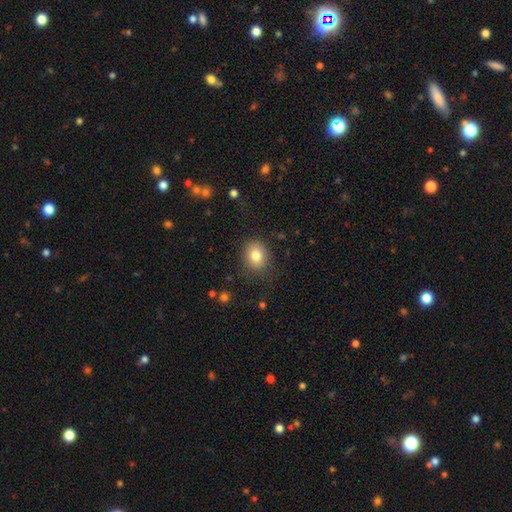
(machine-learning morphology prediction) Smooth or featured: smooth — 80% (star or artifact — 11%)
How rounded: round — 62% (in between — 37%)
Merging: none — 83% (minor disturbance — 12%)